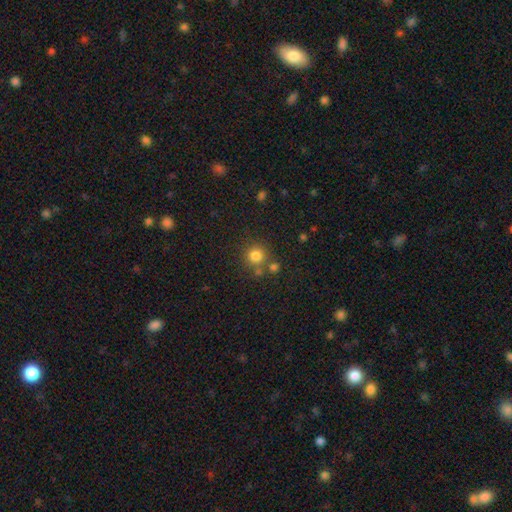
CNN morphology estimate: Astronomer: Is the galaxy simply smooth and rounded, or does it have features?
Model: smooth — 80%.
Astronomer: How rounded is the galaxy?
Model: round — 92%.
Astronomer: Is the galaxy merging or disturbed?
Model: none — 73%.